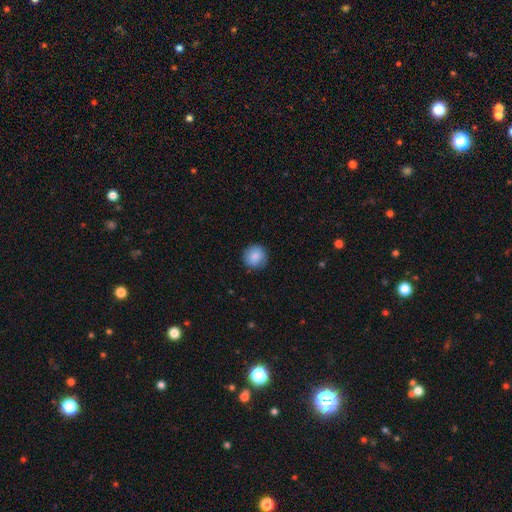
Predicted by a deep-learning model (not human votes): Smooth or featured?
  - smooth: 86% *
  - star or artifact: 8%
  - featured or disk: 6%
How rounded?
  - round: 93% *
  - in between: 6%
  - cigar-shaped: 1%
Merging?
  - none: 88% *
  - minor disturbance: 9%
  - major disturbance: 2%
  - merger: 1%